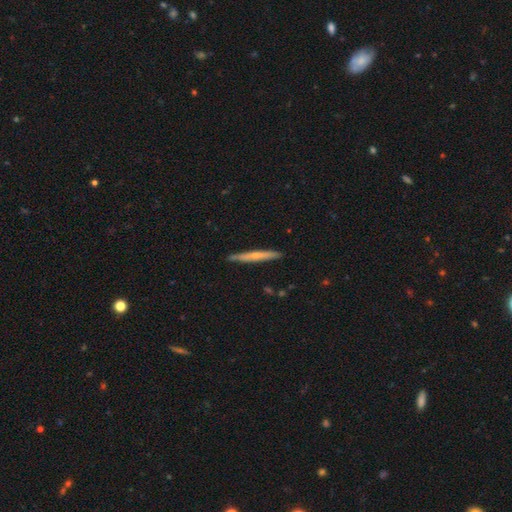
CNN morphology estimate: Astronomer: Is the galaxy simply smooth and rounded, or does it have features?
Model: featured or disk — 50% (runner-up: smooth, 44%).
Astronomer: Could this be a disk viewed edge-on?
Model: yes — 95%.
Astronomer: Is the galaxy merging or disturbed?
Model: none — 88%.